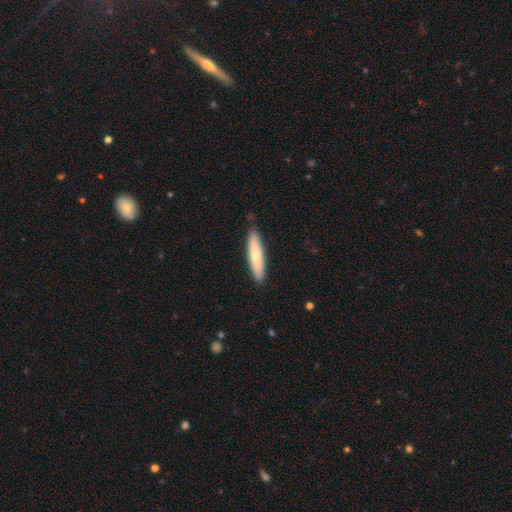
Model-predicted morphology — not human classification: Smooth or featured?
  - smooth: 69% *
  - featured or disk: 25%
  - star or artifact: 5%
How rounded?
  - cigar-shaped: 82% *
  - in between: 17%
  - round: 1%
Merging?
  - none: 88% *
  - minor disturbance: 9%
  - major disturbance: 2%
  - merger: 1%